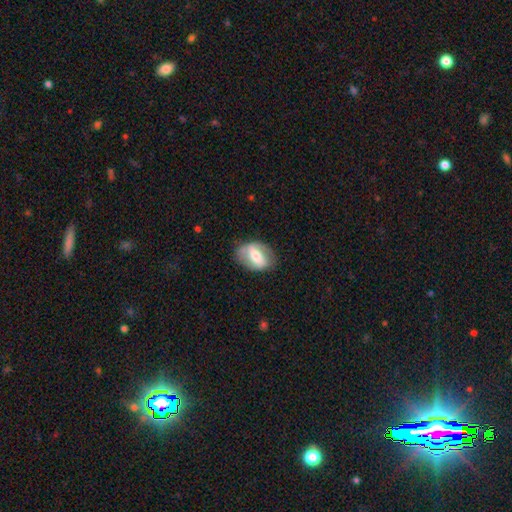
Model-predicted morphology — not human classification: Smooth or featured: featured or disk — 53% (smooth — 41%)
Edge-on disk: no — 89% (yes — 11%)
Merging: none — 75% (minor disturbance — 17%)